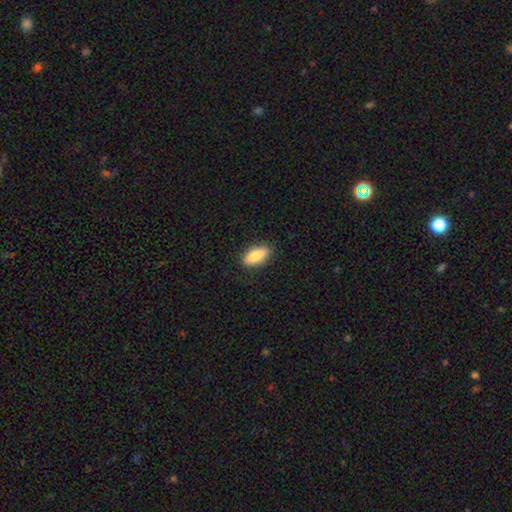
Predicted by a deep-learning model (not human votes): Smooth or featured?
  - smooth: 82% *
  - featured or disk: 12%
  - star or artifact: 6%
How rounded?
  - in between: 73% *
  - cigar-shaped: 25%
  - round: 3%
Merging?
  - none: 87% *
  - minor disturbance: 10%
  - major disturbance: 2%
  - merger: 1%